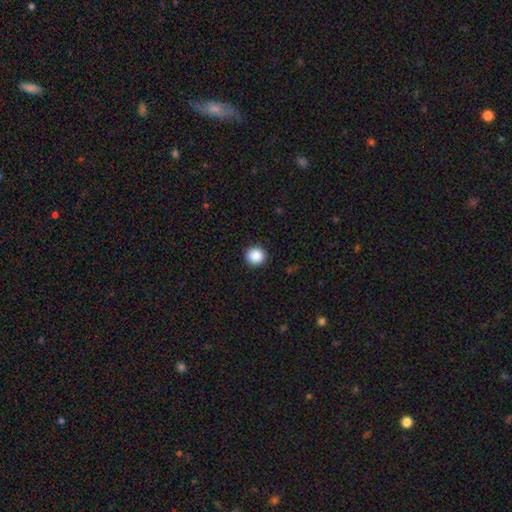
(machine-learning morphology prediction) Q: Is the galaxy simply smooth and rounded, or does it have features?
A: smooth — 89%.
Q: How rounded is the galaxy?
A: round — 93%.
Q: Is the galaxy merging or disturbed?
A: none — 92%.